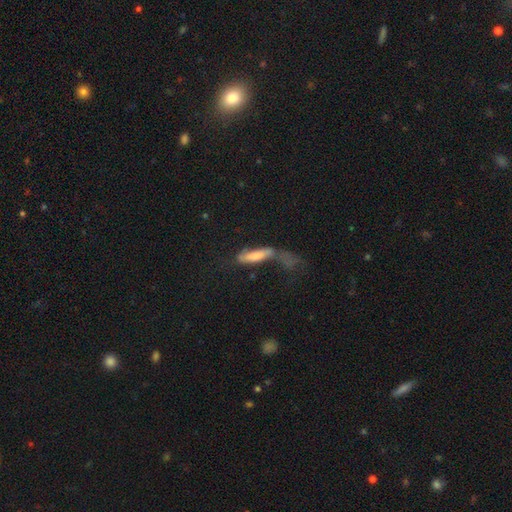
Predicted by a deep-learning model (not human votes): Smooth or featured?
  - smooth: 69% *
  - featured or disk: 24%
  - star or artifact: 8%
How rounded?
  - cigar-shaped: 65% *
  - in between: 33%
  - round: 2%
Merging?
  - major disturbance: 38% *
  - none: 25%
  - minor disturbance: 20%
  - merger: 17%